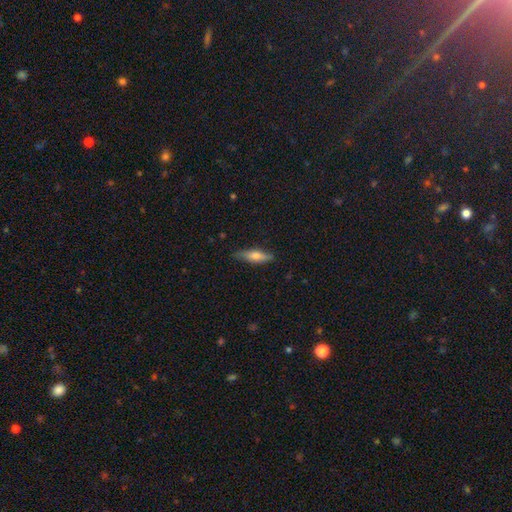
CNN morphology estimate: A smooth galaxy with no disk features (60%) that is cigar-shaped (61%).

Vote fractions:
- Smooth or featured? smooth: 60% / featured or disk: 34% / star or artifact: 6%
- How rounded? cigar-shaped: 61% / in between: 37% / round: 2%
- Merging? none: 82% / minor disturbance: 15% / major disturbance: 3% / merger: 1%